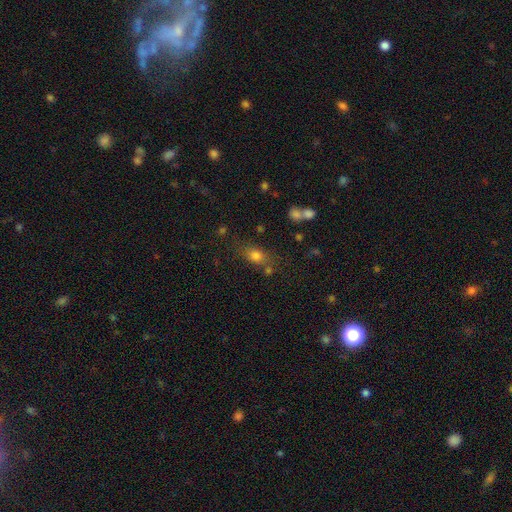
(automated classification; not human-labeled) Morphology: type=smooth (77%); roundness=in between (67%); merging=none (66%).